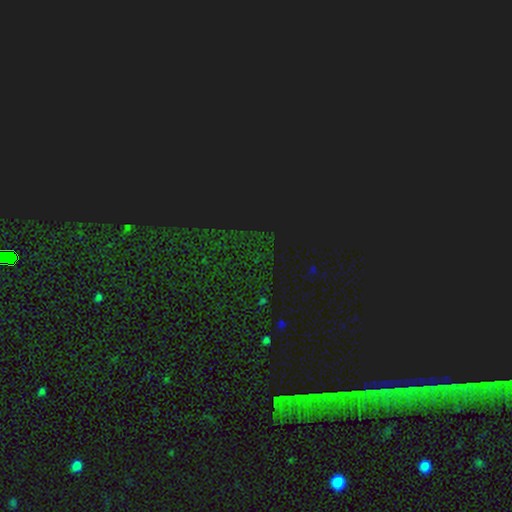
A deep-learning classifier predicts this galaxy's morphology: star or artifact 83%, smooth 10%, featured or disk 6%.